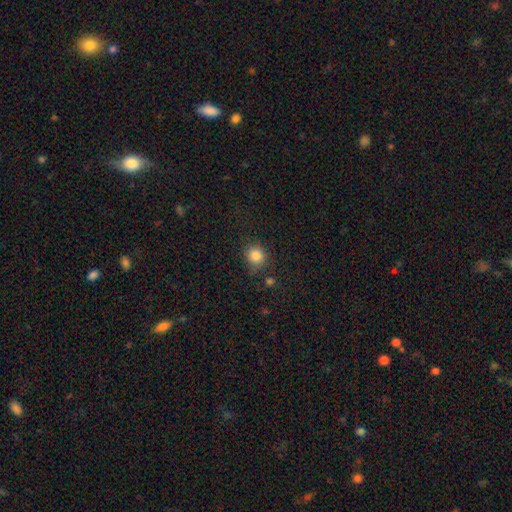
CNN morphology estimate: Smooth or featured: smooth — 84% (star or artifact — 11%)
How rounded: round — 86% (in between — 13%)
Merging: none — 78% (minor disturbance — 14%)